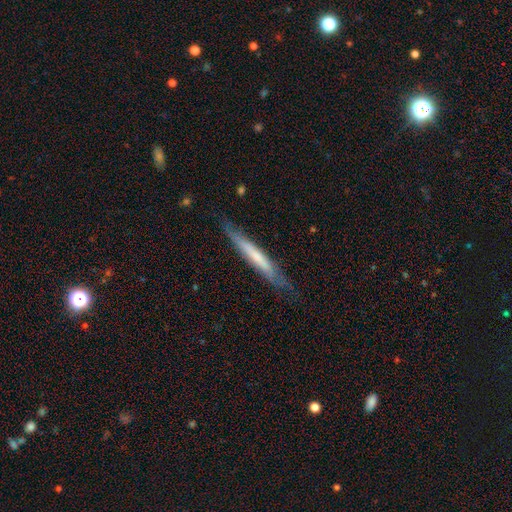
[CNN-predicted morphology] smooth_or_featured: featured or disk (p=0.48) [alt: smooth p=0.47]
merging: none (p=0.74) [alt: minor disturbance p=0.20]